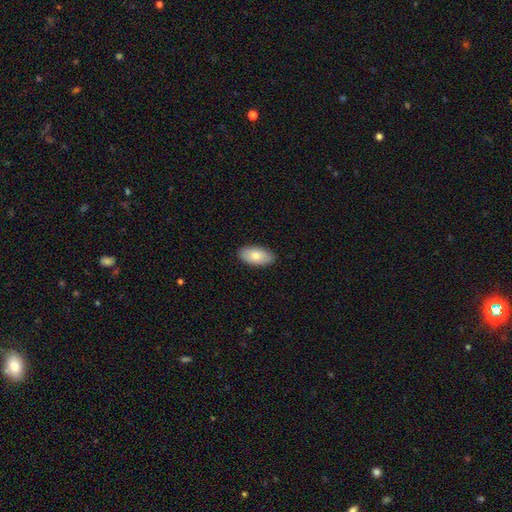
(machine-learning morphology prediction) A smooth galaxy with no disk features (79%) that is in between round and cigar-shaped (94%). Merging: none (89%).